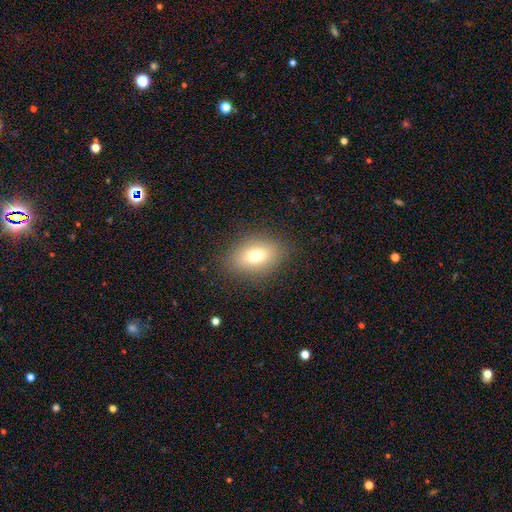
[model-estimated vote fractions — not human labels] Smooth or featured? smooth (75%)
How rounded? in between (82%)
Merging? none (86%)